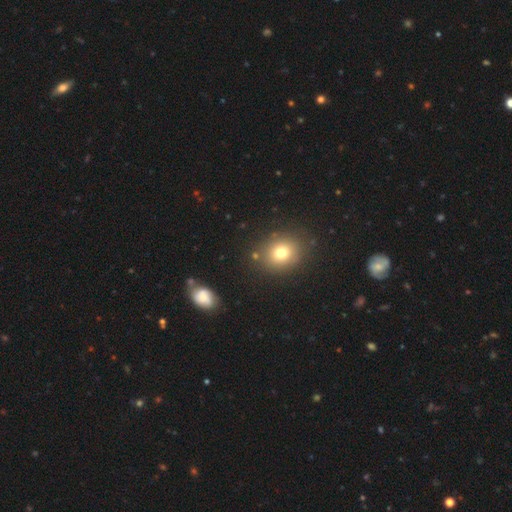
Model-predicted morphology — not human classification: Smooth or featured? smooth (62%)
How rounded? round (62%)
Merging? none (86%)